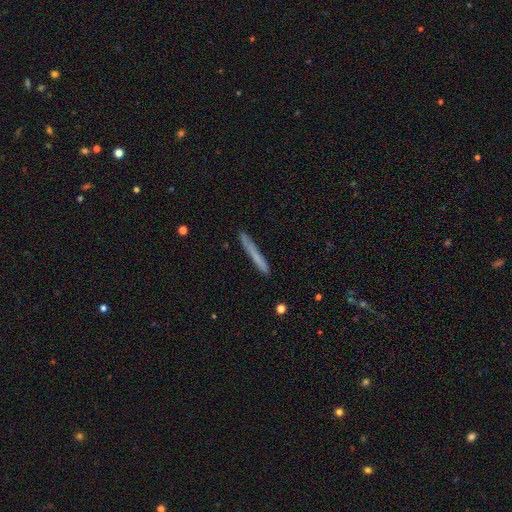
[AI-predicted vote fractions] smooth_or_featured: smooth (p=0.66) [alt: featured or disk p=0.27]
how_rounded: cigar-shaped (p=0.97) [alt: in between p=0.02]
merging: none (p=0.87) [alt: minor disturbance p=0.10]